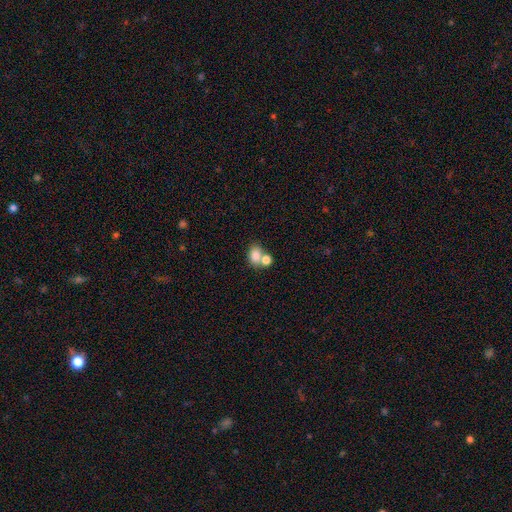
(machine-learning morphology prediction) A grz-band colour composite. It shows a smooth galaxy with no disk features (80%) that is in between round and cigar-shaped (64%). Merging: merger (51%).